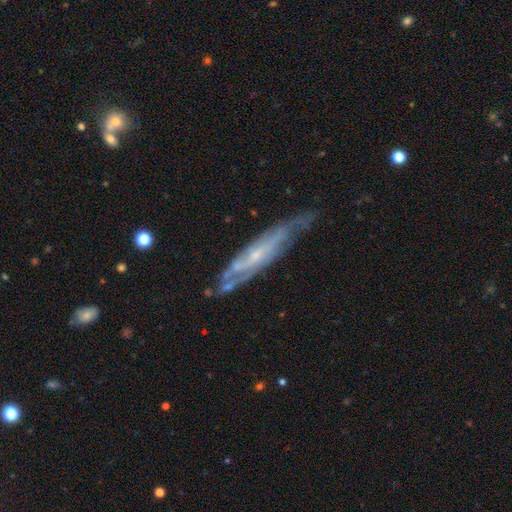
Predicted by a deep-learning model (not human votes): Smooth or featured?
  - featured or disk: 76% *
  - smooth: 17%
  - star or artifact: 7%
Edge-on disk?
  - no: 54% *
  - yes: 46%
Merging?
  - none: 66% *
  - minor disturbance: 24%
  - major disturbance: 7%
  - merger: 3%